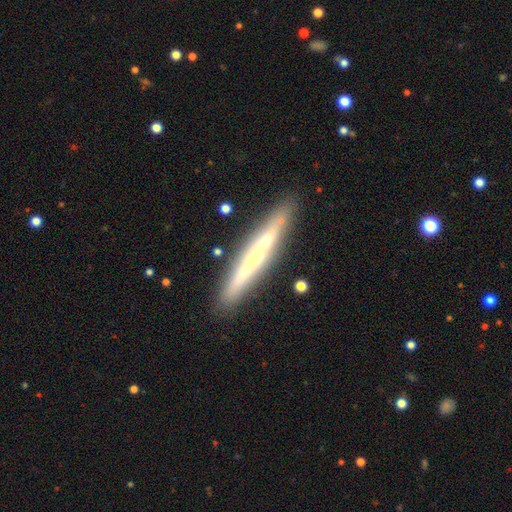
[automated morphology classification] Smooth or featured: featured or disk — 66% (smooth — 28%)
Edge-on disk: yes — 93% (no — 7%)
Edge-on bulge: rounded — 60% (none — 35%)
Merging: none — 89% (minor disturbance — 8%)